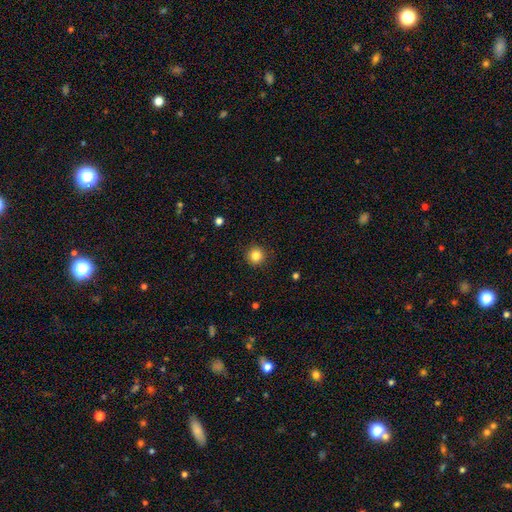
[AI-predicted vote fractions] Overall: smooth (83%). How rounded: round (95%). Merging: none (91%).